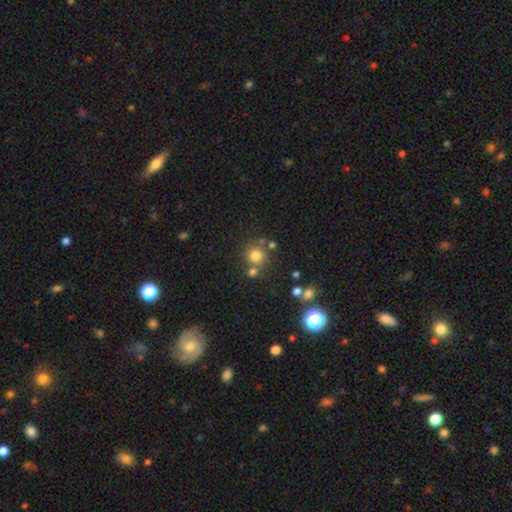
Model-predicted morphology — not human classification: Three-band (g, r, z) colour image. It shows a smooth galaxy with no disk features (77%) that is round (91%). Merging: none (68%).